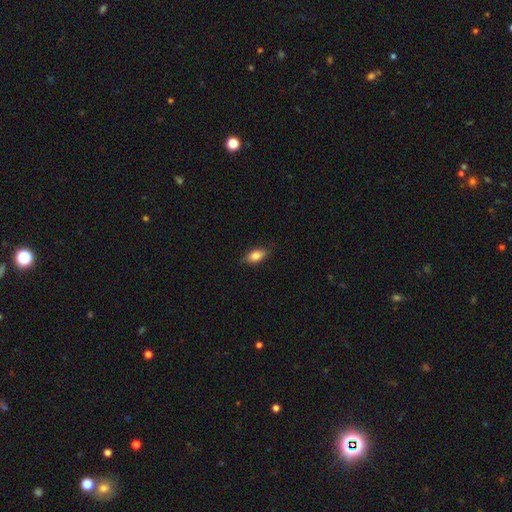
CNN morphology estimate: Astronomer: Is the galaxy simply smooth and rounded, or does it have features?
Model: smooth — 82%.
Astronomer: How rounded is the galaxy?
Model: in between — 88%.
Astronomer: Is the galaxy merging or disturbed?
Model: none — 83%.